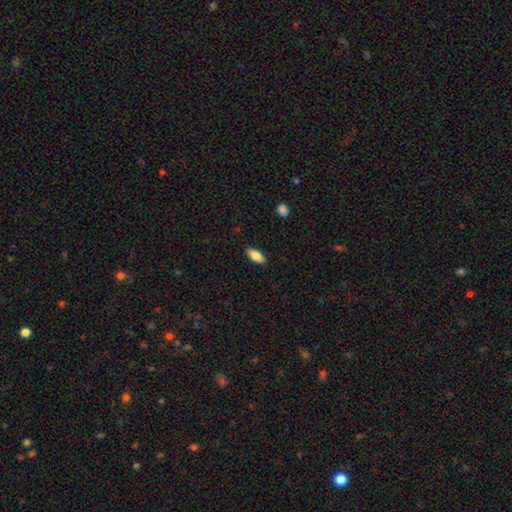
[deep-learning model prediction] smooth-or-featured: smooth: 83% | featured or disk: 11% | star or artifact: 6%
  how-rounded: in between: 83% | cigar-shaped: 15% | round: 2%
  merging: none: 89% | minor disturbance: 8% | major disturbance: 2% | merger: 1%